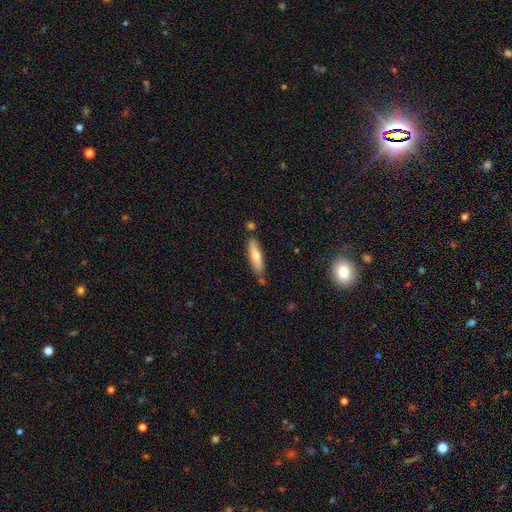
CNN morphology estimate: Smooth or featured: smooth — 68% (featured or disk — 26%)
How rounded: cigar-shaped — 71% (in between — 28%)
Merging: none — 76% (minor disturbance — 15%)